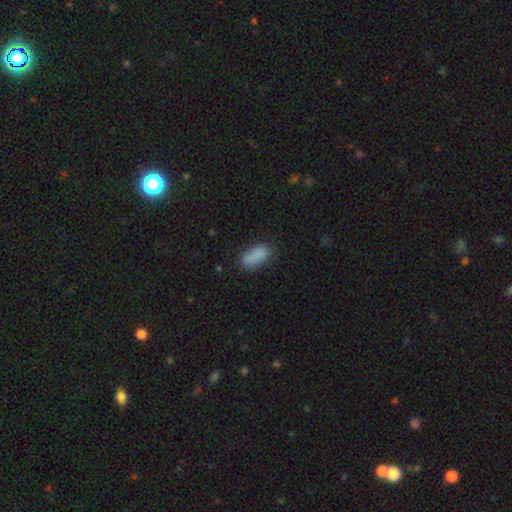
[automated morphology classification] type=smooth (87%); roundness=in between (85%); merging=none (78%).